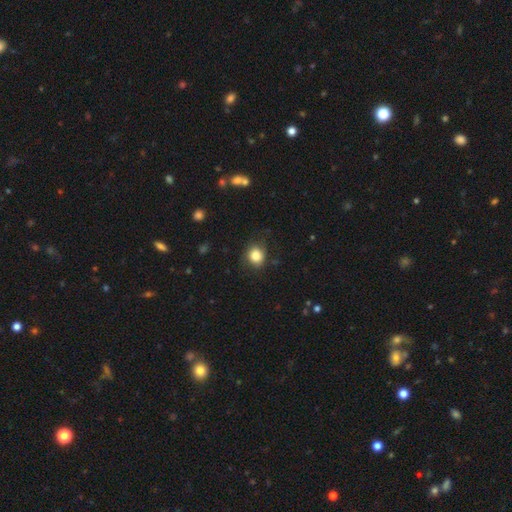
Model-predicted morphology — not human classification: Smooth or featured: smooth — 84% (star or artifact — 10%)
How rounded: round — 71% (in between — 29%)
Merging: none — 77% (minor disturbance — 17%)